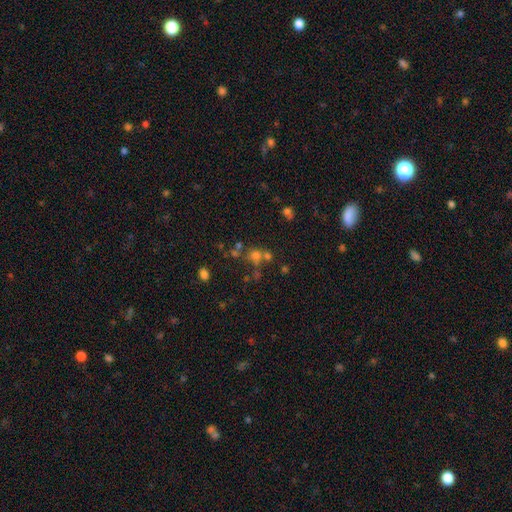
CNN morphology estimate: The model was most divided on "merging": none: 51%, merger: 35%, minor disturbance: 9%, major disturbance: 6%. More confident: how rounded — round (83%); smooth or featured — smooth (60%).